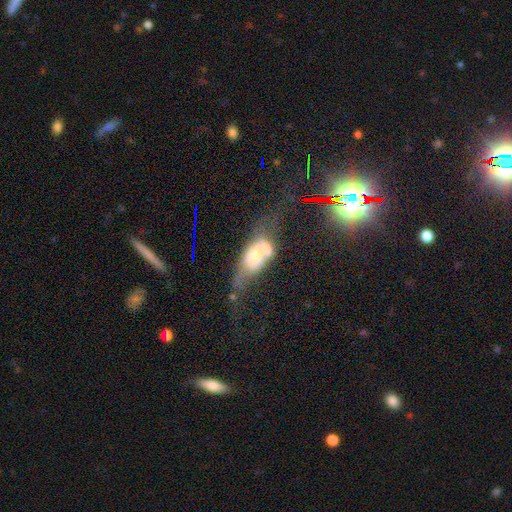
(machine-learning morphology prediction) A smooth galaxy with no disk features (50%) that is in between round and cigar-shaped (76%). Merging: merger (65%).